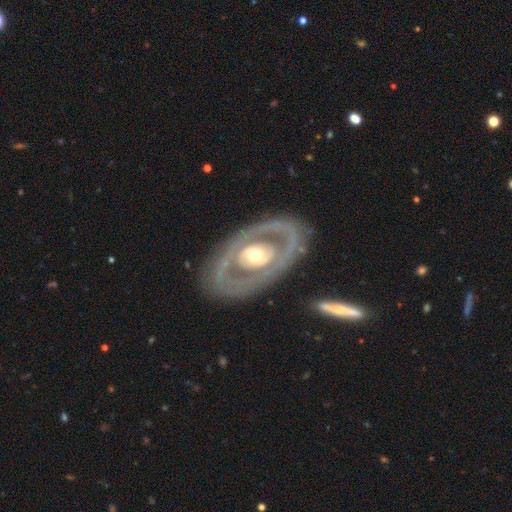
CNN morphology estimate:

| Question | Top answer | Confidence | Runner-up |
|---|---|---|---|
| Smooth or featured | featured or disk | 76% | smooth (20%) |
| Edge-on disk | no | 92% | yes (8%) |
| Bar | no | 80% | weak (13%) |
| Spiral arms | no | 69% | yes (31%) |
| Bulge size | moderate | 67% | small (16%) |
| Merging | none | 79% | minor disturbance (12%) |